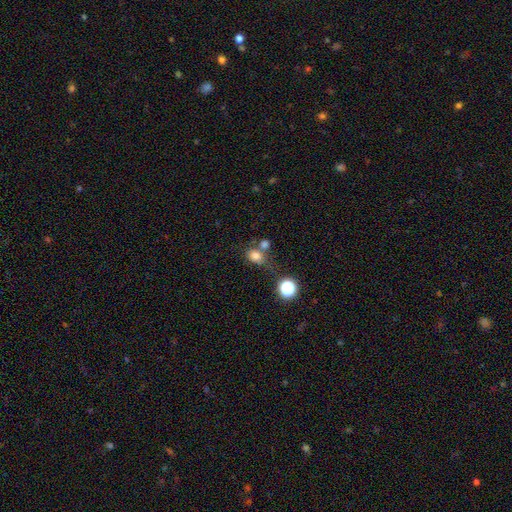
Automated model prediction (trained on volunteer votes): The model was most divided on "how rounded": round: 54%, in between: 45%, cigar-shaped: 1%. More confident: smooth or featured — smooth (77%); merging — none (53%).